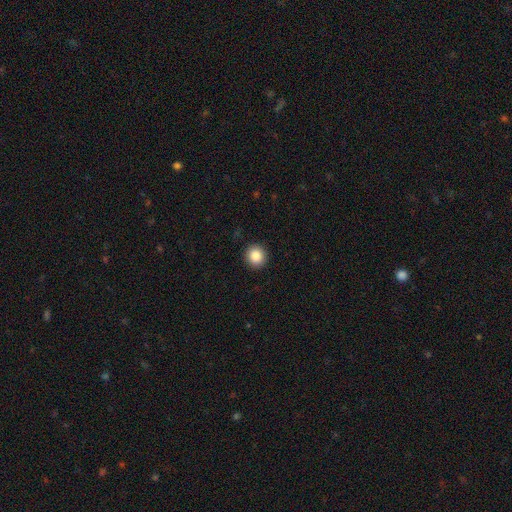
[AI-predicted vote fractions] smooth 87%, star or artifact 9%, featured or disk 4%. Down the decision tree: how rounded — round (93%); merging — none (93%).